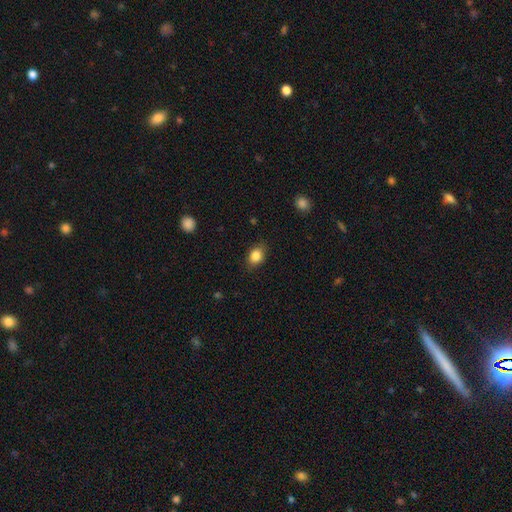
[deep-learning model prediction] This appears to be a smooth galaxy with no disk features (84%) that is in between round and cigar-shaped (60%). Merging: none (81%).